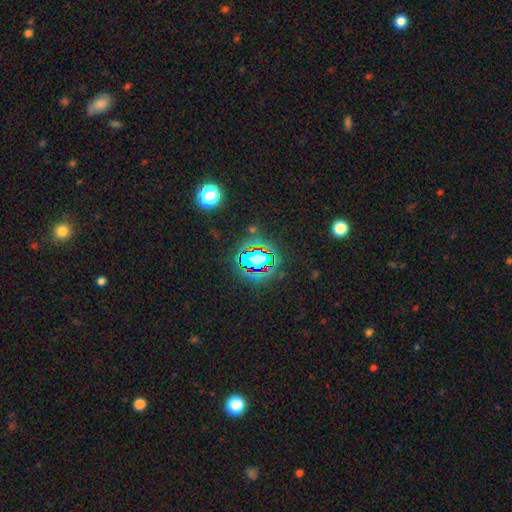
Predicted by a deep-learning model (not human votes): This is likely a star or artifact rather than a galaxy (64%).